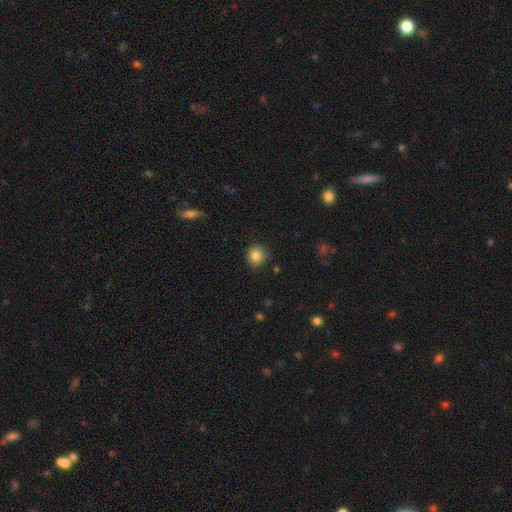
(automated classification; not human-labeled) Smooth or featured?
  - smooth: 84% *
  - star or artifact: 10%
  - featured or disk: 6%
How rounded?
  - round: 87% *
  - in between: 13%
  - cigar-shaped: 1%
Merging?
  - none: 88% *
  - minor disturbance: 9%
  - major disturbance: 2%
  - merger: 1%